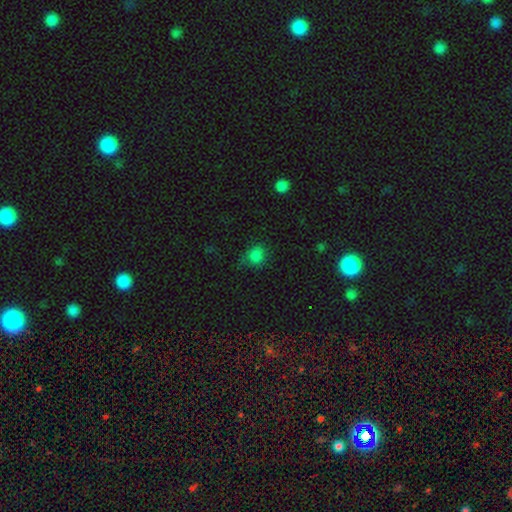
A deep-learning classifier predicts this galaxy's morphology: smooth-or-featured: smooth: 79% | star or artifact: 17% | featured or disk: 5%
  how-rounded: round: 63% | in between: 36% | cigar-shaped: 1%
  merging: none: 63% | minor disturbance: 26% | major disturbance: 9% | merger: 2%